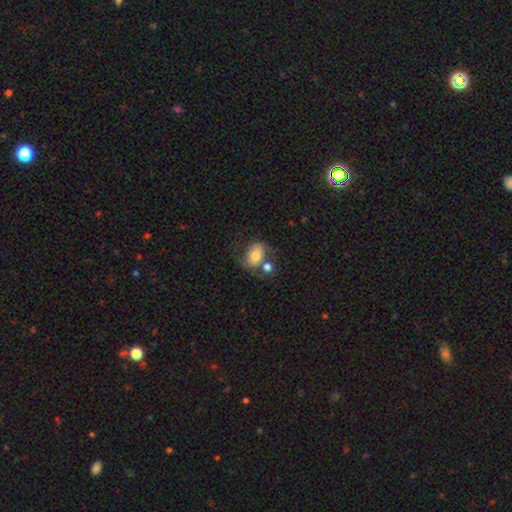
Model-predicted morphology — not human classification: A smooth galaxy with no disk features (55%) that is in between round and cigar-shaped (64%).

Vote fractions:
- Smooth or featured? smooth: 55% / featured or disk: 36% / star or artifact: 9%
- How rounded? in between: 64% / round: 34% / cigar-shaped: 1%
- Merging? none: 35% / merger: 33% / minor disturbance: 17% / major disturbance: 15%